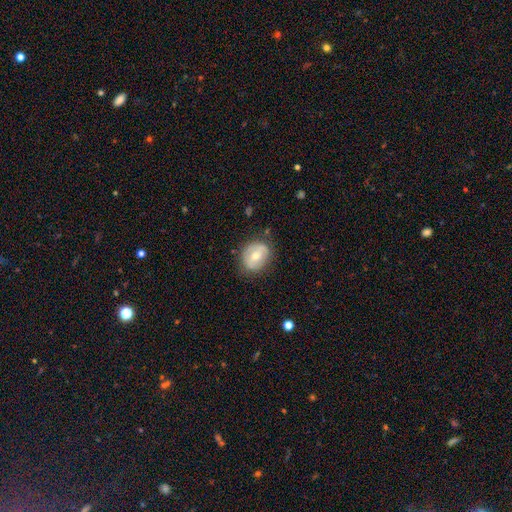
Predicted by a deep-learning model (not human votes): Smooth or featured?
  - smooth: 53% *
  - featured or disk: 40%
  - star or artifact: 7%
How rounded?
  - round: 59% *
  - in between: 40%
  - cigar-shaped: 1%
Merging?
  - none: 75% *
  - minor disturbance: 18%
  - major disturbance: 5%
  - merger: 2%